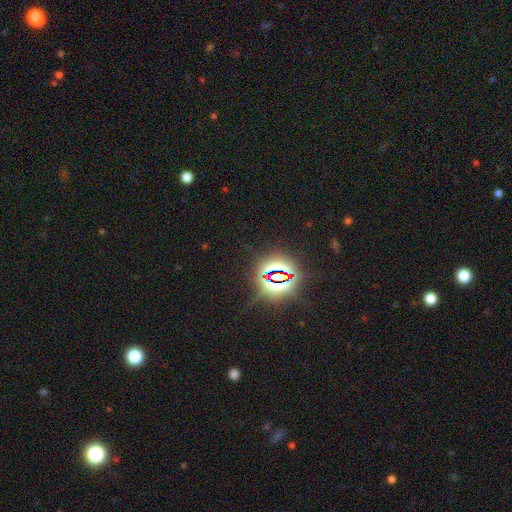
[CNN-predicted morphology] Overall: star or artifact (83%).